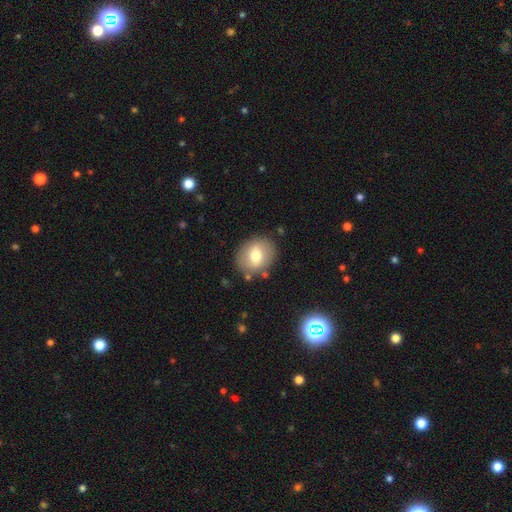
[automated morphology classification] Smooth or featured? Predicted: smooth (p=0.67). How rounded? Predicted: round (p=0.62). Merging? Predicted: none (p=0.84).